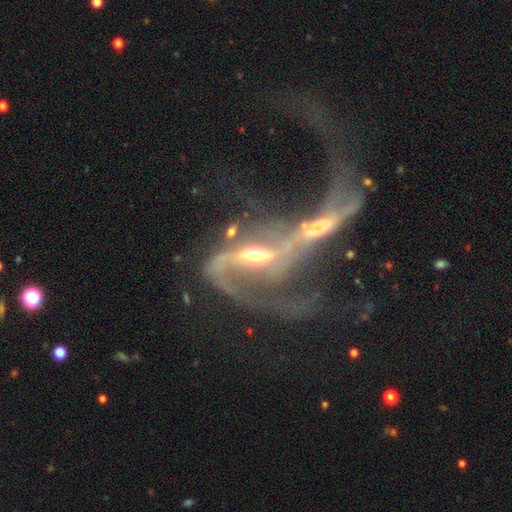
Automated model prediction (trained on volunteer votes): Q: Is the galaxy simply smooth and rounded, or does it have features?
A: featured or disk — 83%.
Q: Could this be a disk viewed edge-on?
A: no — 90%.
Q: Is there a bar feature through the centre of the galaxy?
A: weak — 35%.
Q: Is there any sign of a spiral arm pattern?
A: yes — 84%.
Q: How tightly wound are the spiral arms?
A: loose — 56%.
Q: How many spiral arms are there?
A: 2 — 53%.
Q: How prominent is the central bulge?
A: moderate — 58%.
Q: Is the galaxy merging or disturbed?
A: merger — 63%.